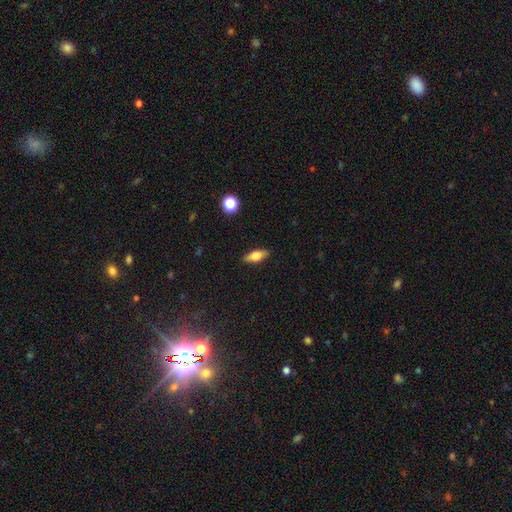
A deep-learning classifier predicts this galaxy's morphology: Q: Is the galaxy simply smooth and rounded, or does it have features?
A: smooth — 69%.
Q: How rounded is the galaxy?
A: in between — 73%.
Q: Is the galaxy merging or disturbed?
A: none — 89%.